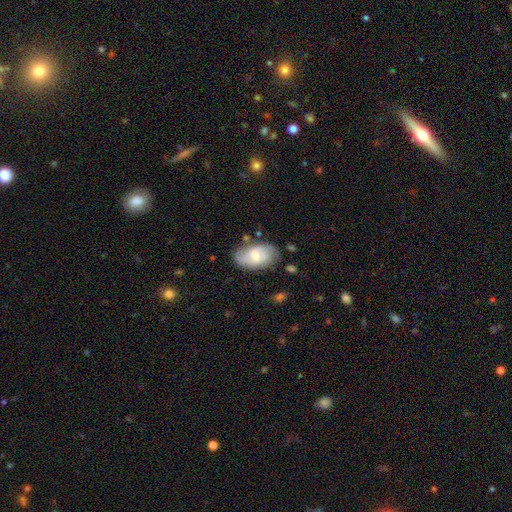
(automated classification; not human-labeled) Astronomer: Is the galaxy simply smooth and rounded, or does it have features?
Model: featured or disk — 55% (runner-up: smooth, 38%).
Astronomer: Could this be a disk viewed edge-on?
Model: no — 94%.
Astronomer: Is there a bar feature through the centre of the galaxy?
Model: weak — 52% (runner-up: no, 36%).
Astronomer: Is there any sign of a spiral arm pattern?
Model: yes — 79%.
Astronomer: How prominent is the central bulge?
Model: moderate — 54% (runner-up: small, 40%).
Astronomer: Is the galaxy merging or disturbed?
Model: none — 71%.